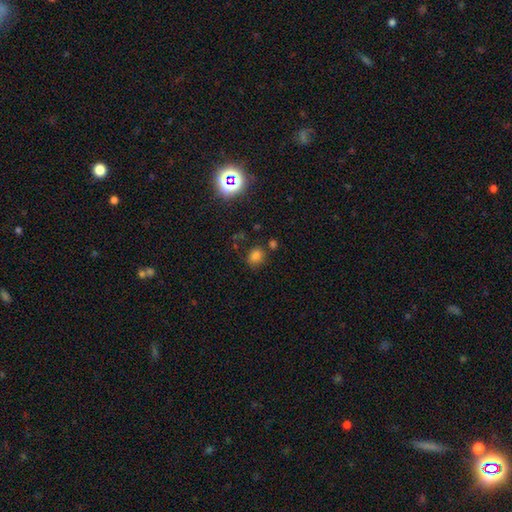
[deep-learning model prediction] This appears to be a smooth galaxy with no disk features (76%) that is round (67%). Merging: none (76%).